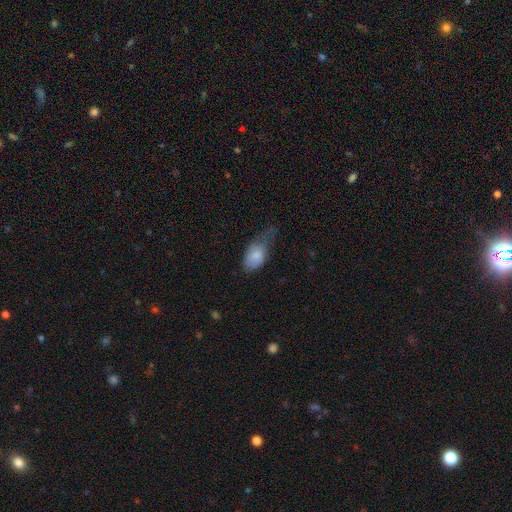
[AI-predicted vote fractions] Overall: smooth (77%). How rounded: in between (91%). Merging: major disturbance (42%; minor disturbance 36%).